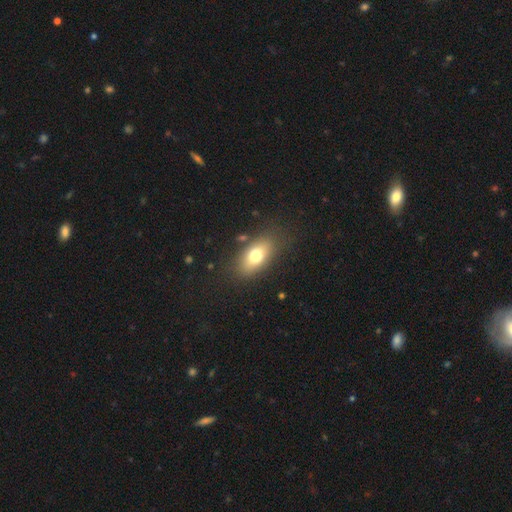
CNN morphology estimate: Smooth or featured?
  - smooth: 72% *
  - featured or disk: 18%
  - star or artifact: 9%
How rounded?
  - in between: 85% *
  - round: 8%
  - cigar-shaped: 6%
Merging?
  - none: 81% *
  - minor disturbance: 12%
  - major disturbance: 5%
  - merger: 2%